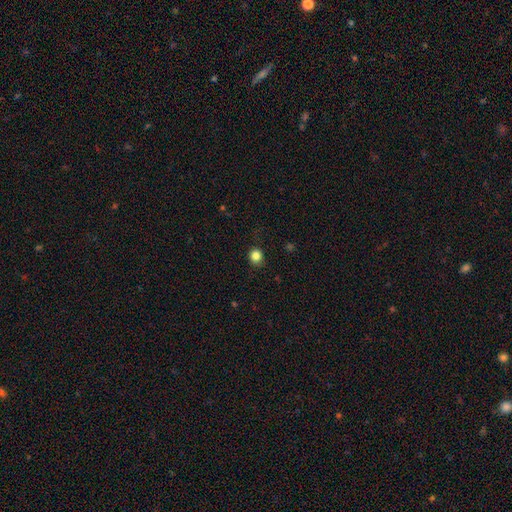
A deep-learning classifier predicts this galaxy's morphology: Smooth or featured? Predicted: smooth (p=0.84). How rounded? Predicted: round (p=0.85). Merging? Predicted: none (p=0.85).